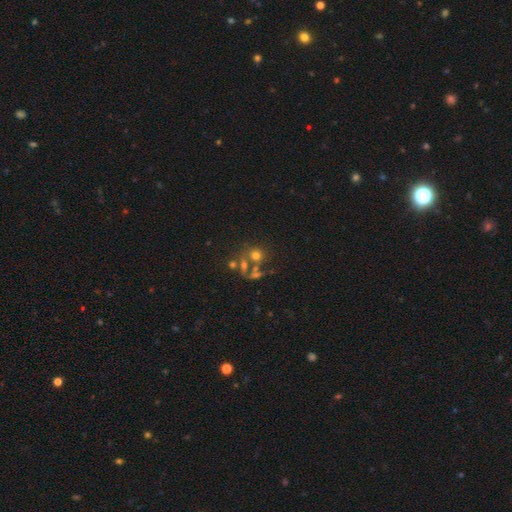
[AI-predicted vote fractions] smooth 59%, featured or disk 21%, star or artifact 20%. Down the decision tree: how rounded — round (78%); merging — none (43%).